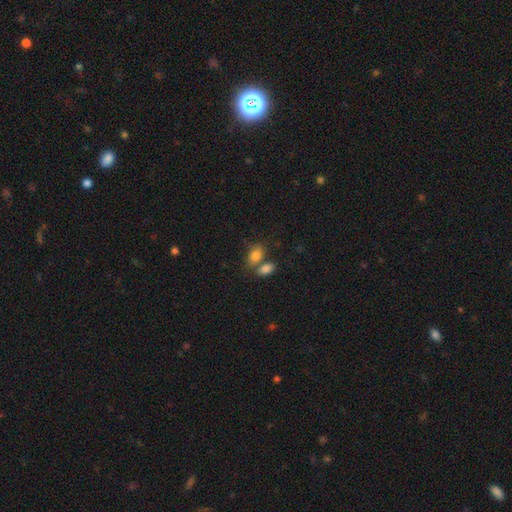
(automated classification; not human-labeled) This is clearly a smooth galaxy (83%). How rounded: clearly in between (84%). Merging: marginally none (43%).